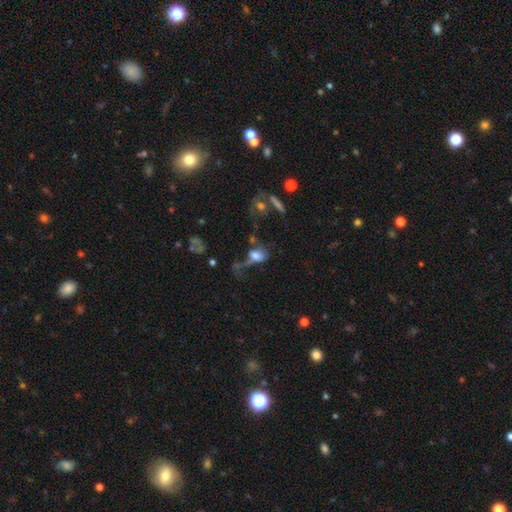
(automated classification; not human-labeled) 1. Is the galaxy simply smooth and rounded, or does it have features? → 59% smooth, 29% featured or disk, 13% star or artifact.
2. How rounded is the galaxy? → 73% in between, 23% round, 4% cigar-shaped.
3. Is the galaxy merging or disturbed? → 45% major disturbance, 21% merger, 19% none, 14% minor disturbance.